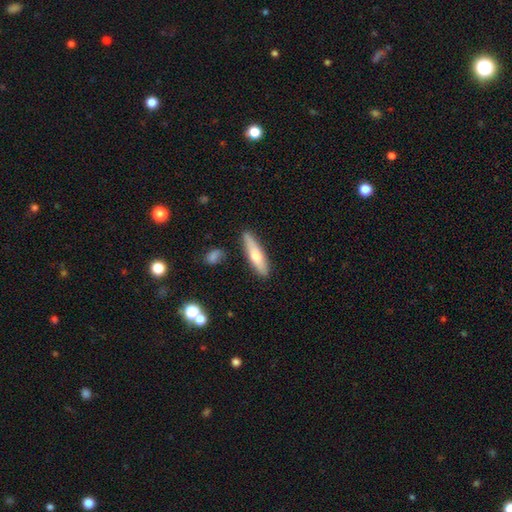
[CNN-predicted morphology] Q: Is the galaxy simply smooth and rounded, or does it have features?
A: smooth — 65%.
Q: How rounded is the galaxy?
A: cigar-shaped — 76%.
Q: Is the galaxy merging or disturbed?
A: none — 83%.